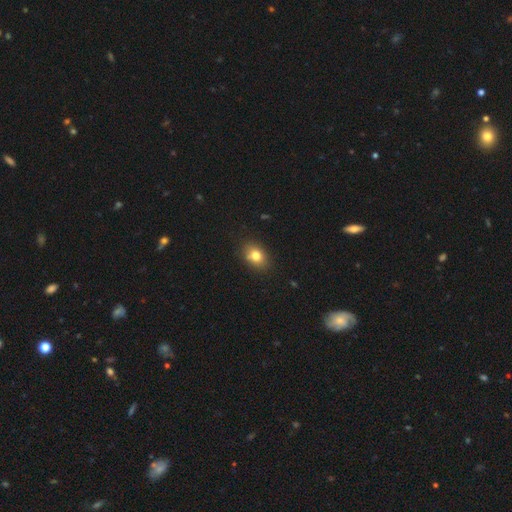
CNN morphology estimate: type=smooth (78%); roundness=in between (64%); merging=none (83%).